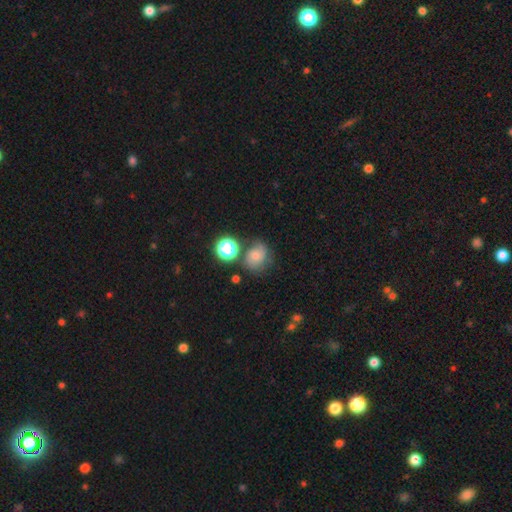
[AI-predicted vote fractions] smooth 46%, featured or disk 30%, star or artifact 24%. Down the decision tree: merging — none (62%).